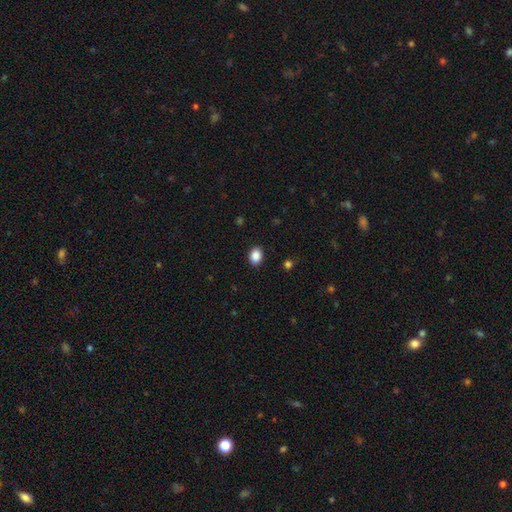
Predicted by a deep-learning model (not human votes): smooth_or_featured: smooth (p=0.88) [alt: star or artifact p=0.08]
how_rounded: in between (p=0.69) [alt: round p=0.30]
merging: none (p=0.90) [alt: minor disturbance p=0.07]